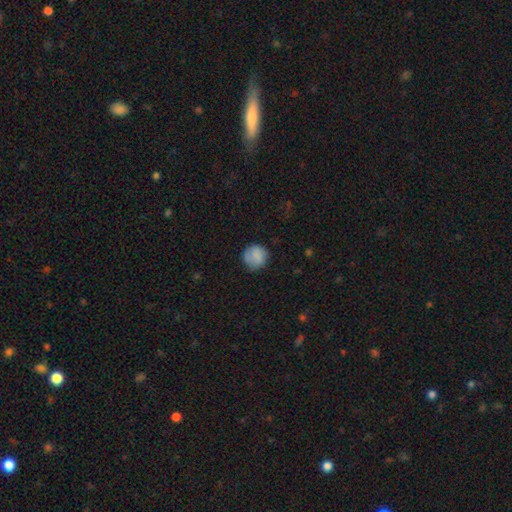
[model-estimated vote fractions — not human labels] Smooth or featured? smooth (81%)
How rounded? round (91%)
Merging? none (78%)